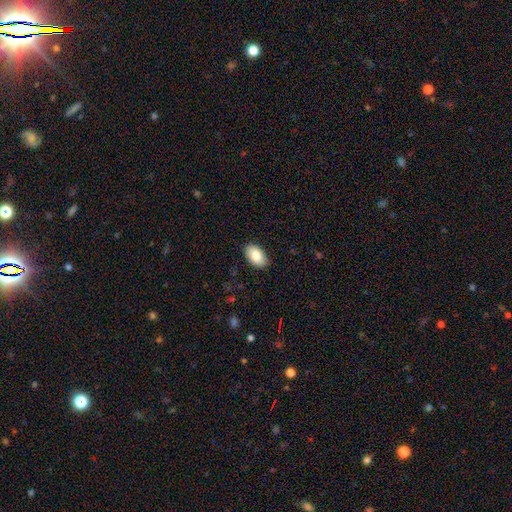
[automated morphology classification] Smooth or featured?
  - smooth: 85% *
  - featured or disk: 9%
  - star or artifact: 6%
How rounded?
  - in between: 93% *
  - round: 5%
  - cigar-shaped: 1%
Merging?
  - none: 88% *
  - minor disturbance: 9%
  - major disturbance: 2%
  - merger: 1%